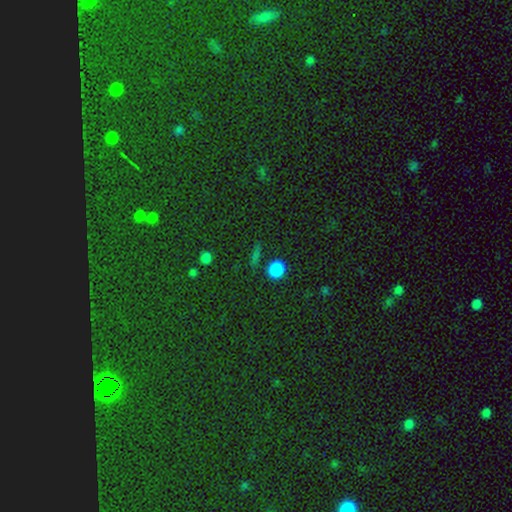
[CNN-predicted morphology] A smooth galaxy with no disk features (71%) that is round (56%). Merging: none (87%).